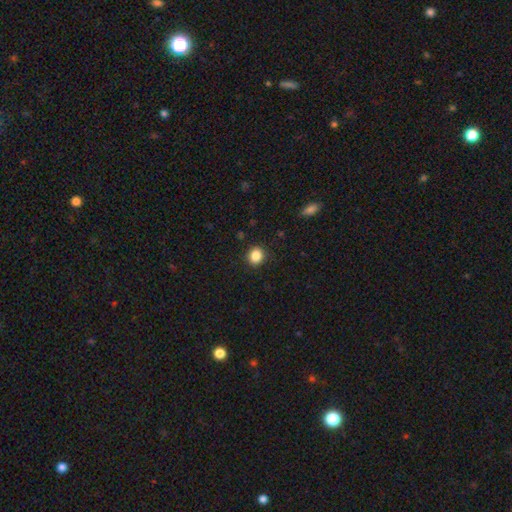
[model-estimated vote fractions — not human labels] Smooth or featured? smooth (87%)
How rounded? round (76%)
Merging? none (90%)